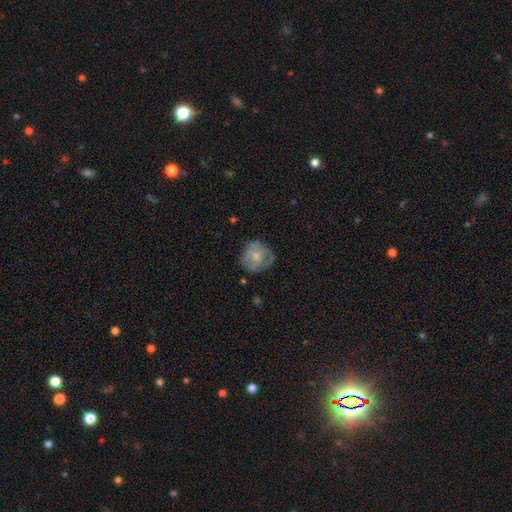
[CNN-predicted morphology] Smooth or featured? smooth (59%)
How rounded? round (81%)
Merging? none (62%)